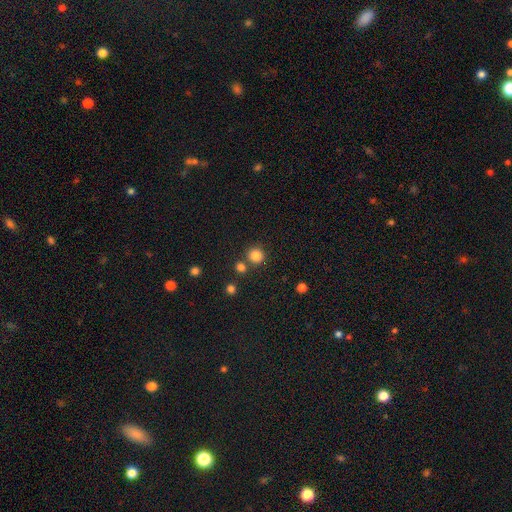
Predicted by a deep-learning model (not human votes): Smooth or featured?
  - smooth: 83% *
  - star or artifact: 12%
  - featured or disk: 4%
How rounded?
  - round: 92% *
  - in between: 7%
  - cigar-shaped: 1%
Merging?
  - none: 78% *
  - merger: 12%
  - minor disturbance: 7%
  - major disturbance: 3%